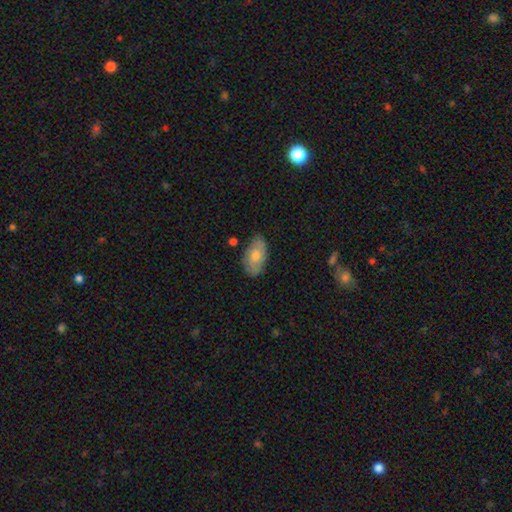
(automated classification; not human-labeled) Smooth or featured: smooth — 61% (featured or disk — 32%)
How rounded: in between — 93% (round — 5%)
Merging: none — 78% (minor disturbance — 17%)